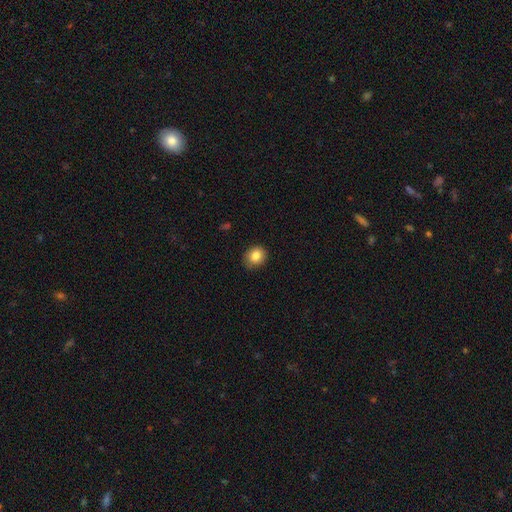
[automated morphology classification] Smooth or featured? smooth (85%)
How rounded? round (71%)
Merging? none (81%)